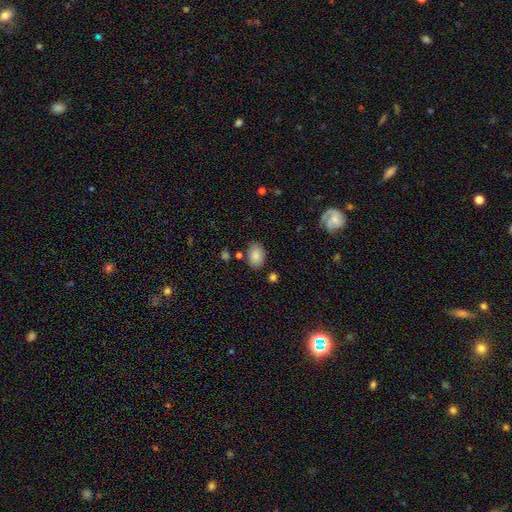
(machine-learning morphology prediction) This appears to be a smooth galaxy with no disk features (85%) that is in between round and cigar-shaped (82%). Merging: none (80%).